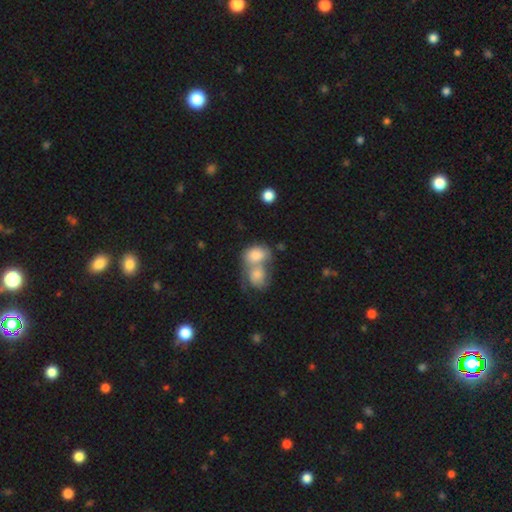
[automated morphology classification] Smooth or featured? Predicted: smooth (p=0.78). How rounded? Predicted: in between (p=0.72). Merging? Predicted: merger (p=0.71).